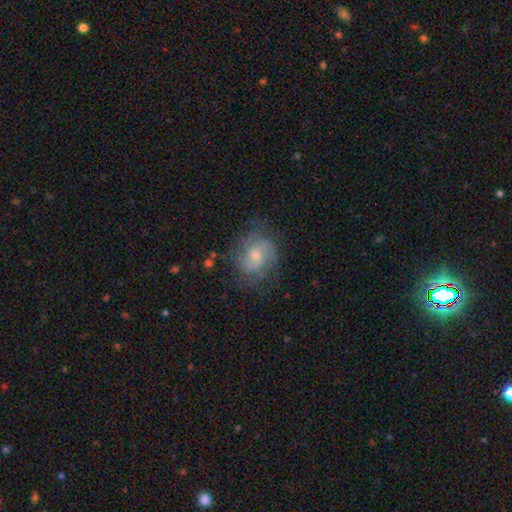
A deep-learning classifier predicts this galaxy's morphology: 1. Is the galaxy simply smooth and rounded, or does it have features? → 62% featured or disk, 30% smooth, 8% star or artifact.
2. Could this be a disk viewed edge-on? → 97% no, 3% yes.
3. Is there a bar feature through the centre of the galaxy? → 66% no, 30% weak, 4% strong.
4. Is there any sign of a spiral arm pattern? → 85% yes, 15% no.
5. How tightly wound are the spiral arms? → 43% medium, 37% tight, 20% loose.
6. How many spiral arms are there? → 48% 2, 30% can't tell, 12% 3, 5% 1, 4% 4, 3% more than 4.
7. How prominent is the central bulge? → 47% small, 46% moderate, 3% large, 3% none, 1% dominant.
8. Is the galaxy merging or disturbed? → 65% none, 21% minor disturbance, 12% major disturbance, 2% merger.